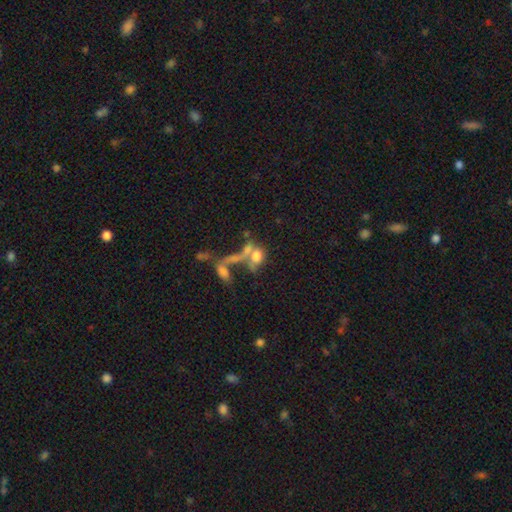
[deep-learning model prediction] Overall: smooth (60%; featured or disk 26%). How rounded: in between (66%). Merging: merger (54%; none 22%).